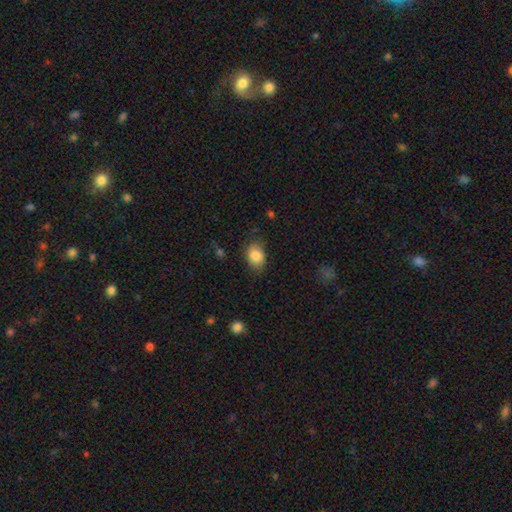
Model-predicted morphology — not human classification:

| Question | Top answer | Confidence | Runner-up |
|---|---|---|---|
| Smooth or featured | smooth | 85% | star or artifact (8%) |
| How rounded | in between | 74% | round (25%) |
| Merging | none | 75% | minor disturbance (19%) |